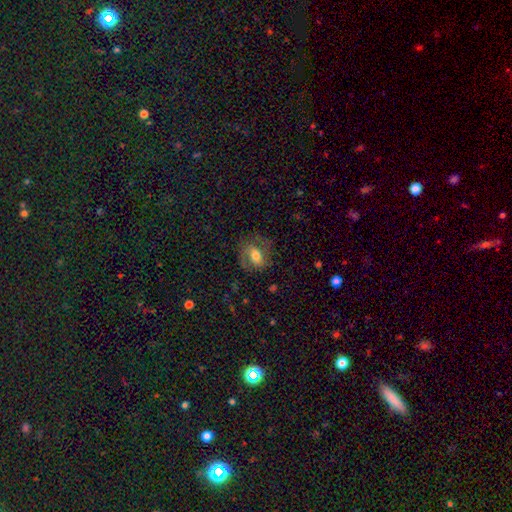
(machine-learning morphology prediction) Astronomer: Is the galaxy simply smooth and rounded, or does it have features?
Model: smooth — 46% (runner-up: featured or disk, 45%).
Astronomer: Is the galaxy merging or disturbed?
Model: none — 64%.